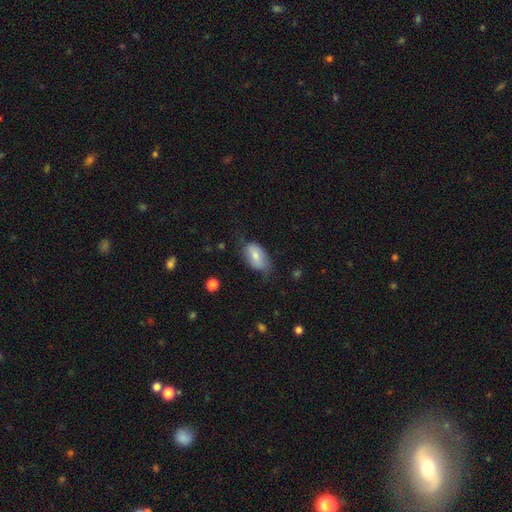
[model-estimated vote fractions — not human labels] This is likely a smooth galaxy (70%). How rounded: clearly in between (92%). Merging: possibly none (55%).